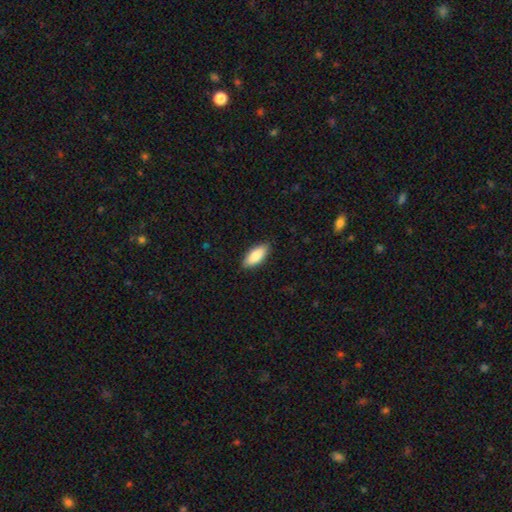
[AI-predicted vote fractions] smooth_or_featured: smooth (p=0.86) [alt: featured or disk p=0.09]
how_rounded: in between (p=0.83) [alt: cigar-shaped p=0.15]
merging: none (p=0.87) [alt: minor disturbance p=0.10]